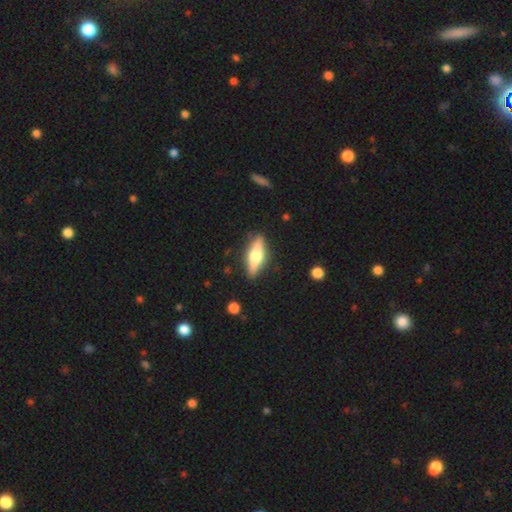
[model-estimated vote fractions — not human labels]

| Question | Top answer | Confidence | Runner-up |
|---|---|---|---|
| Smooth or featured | featured or disk | 51% | smooth (43%) |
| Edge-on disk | yes | 92% | no (8%) |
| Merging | none | 86% | minor disturbance (10%) |